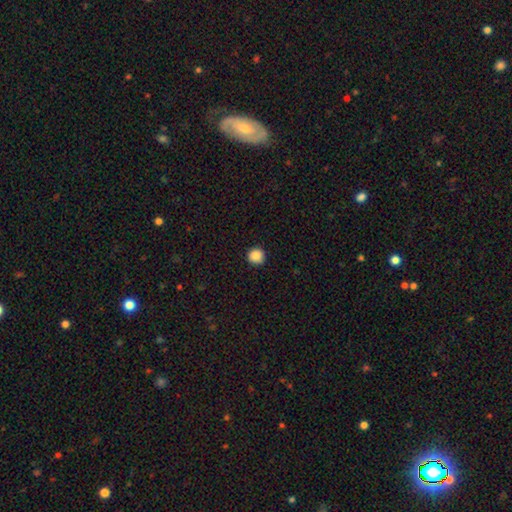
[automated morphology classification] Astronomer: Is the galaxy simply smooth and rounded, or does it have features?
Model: smooth — 88%.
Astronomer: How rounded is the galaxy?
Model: round — 95%.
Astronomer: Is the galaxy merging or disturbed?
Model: none — 92%.